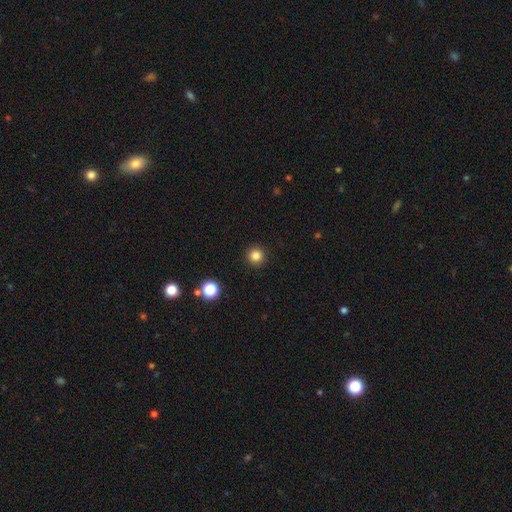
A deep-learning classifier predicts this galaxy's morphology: This appears to be a smooth galaxy with no disk features (83%) that is round (95%). Merging: none (93%).